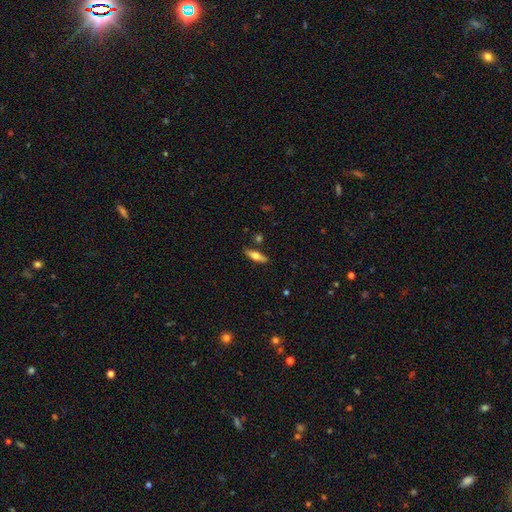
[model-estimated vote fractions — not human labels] This is possibly a smooth galaxy (48%). Merging: clearly none (85%).